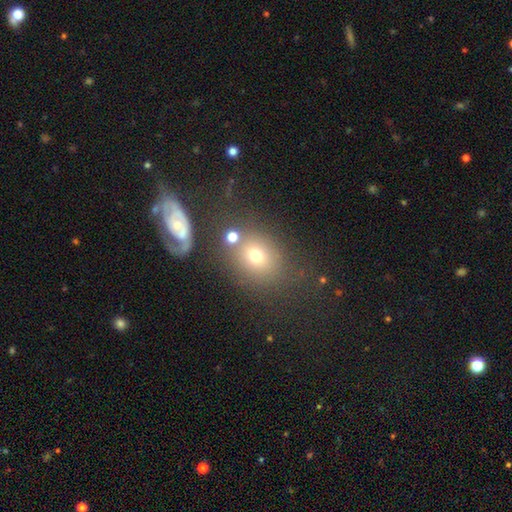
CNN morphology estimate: A smooth galaxy with no disk features (68%) that is round (59%).

Vote fractions:
- Smooth or featured? smooth: 68% / star or artifact: 16% / featured or disk: 16%
- How rounded? round: 59% / in between: 39% / cigar-shaped: 1%
- Merging? none: 63% / merger: 15% / minor disturbance: 14% / major disturbance: 8%